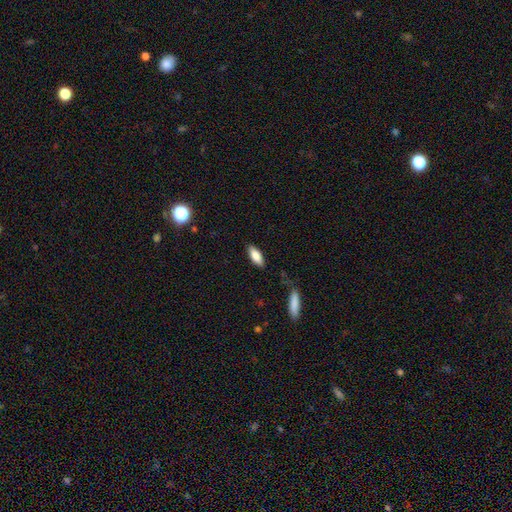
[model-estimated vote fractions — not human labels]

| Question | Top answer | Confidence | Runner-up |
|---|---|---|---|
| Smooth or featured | smooth | 82% | featured or disk (11%) |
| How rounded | in between | 74% | cigar-shaped (24%) |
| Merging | none | 85% | minor disturbance (11%) |